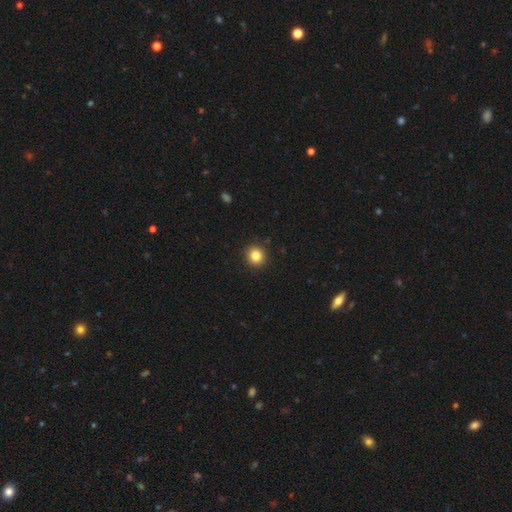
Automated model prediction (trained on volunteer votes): This appears to be a smooth galaxy with no disk features (84%) that is round (91%). Merging: none (93%).